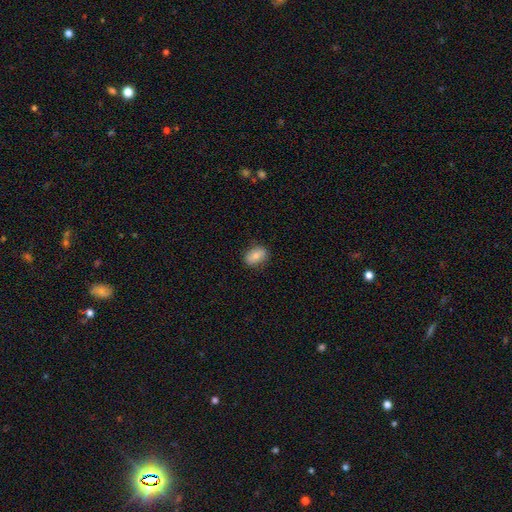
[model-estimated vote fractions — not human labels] smooth_or_featured: smooth (p=0.76) [alt: featured or disk p=0.16]
how_rounded: in between (p=0.80) [alt: round p=0.18]
merging: none (p=0.83) [alt: minor disturbance p=0.13]